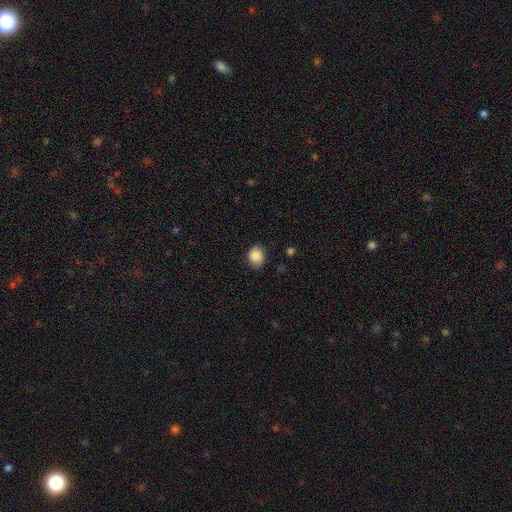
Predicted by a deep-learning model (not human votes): The model was most divided on "how rounded": in between: 51%, round: 48%, cigar-shaped: 1%. More confident: smooth or featured — smooth (88%); merging — none (80%).